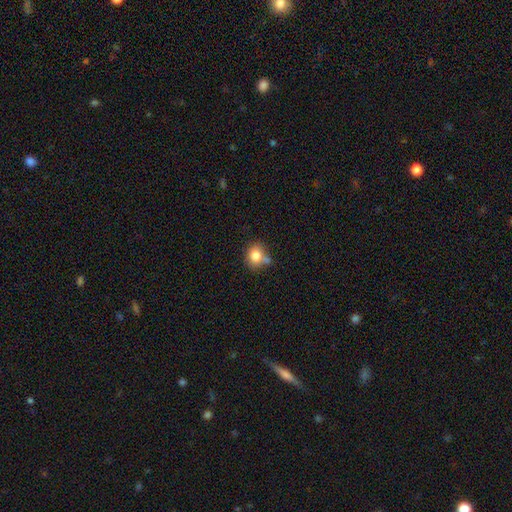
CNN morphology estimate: Smooth or featured?
  - smooth: 80% *
  - star or artifact: 10%
  - featured or disk: 10%
How rounded?
  - round: 67% *
  - in between: 32%
  - cigar-shaped: 1%
Merging?
  - none: 56% *
  - merger: 21%
  - minor disturbance: 18%
  - major disturbance: 5%